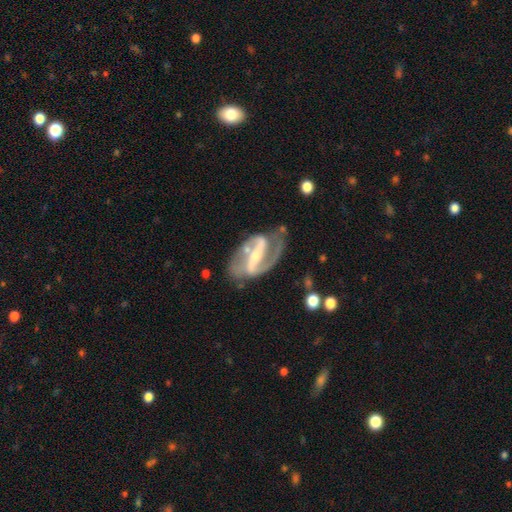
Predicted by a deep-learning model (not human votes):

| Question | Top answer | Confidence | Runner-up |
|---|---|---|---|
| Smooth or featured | featured or disk | 90% | smooth (6%) |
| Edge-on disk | no | 95% | yes (5%) |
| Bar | strong | 74% | weak (18%) |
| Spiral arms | yes | 95% | no (5%) |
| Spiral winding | medium | 50% | loose (27%) |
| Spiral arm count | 2 | 88% | 1 (6%) |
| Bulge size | small | 56% | moderate (36%) |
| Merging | none | 67% | minor disturbance (19%) |